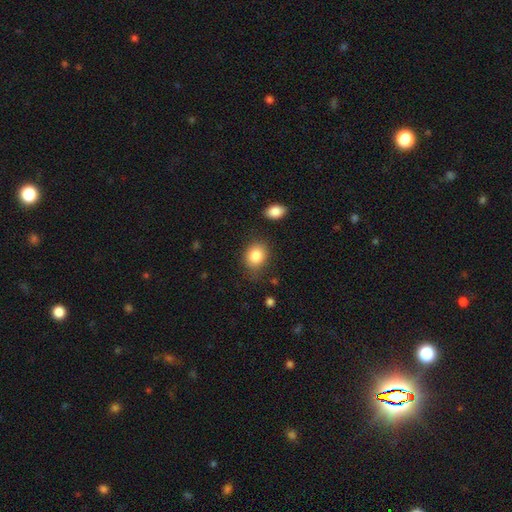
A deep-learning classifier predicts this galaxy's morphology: Smooth or featured: smooth — 85% (star or artifact — 9%)
How rounded: round — 54% (in between — 45%)
Merging: none — 77% (minor disturbance — 15%)